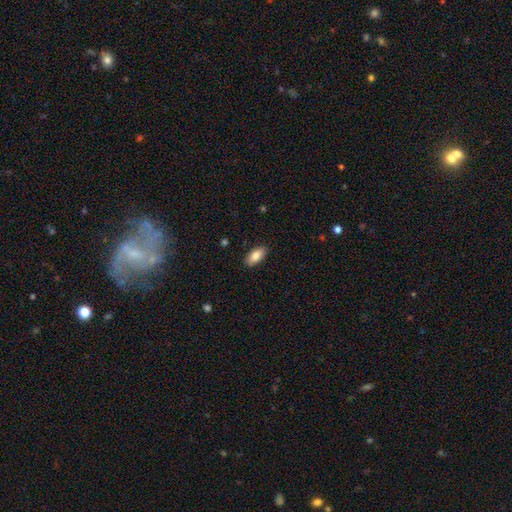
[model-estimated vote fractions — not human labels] This is clearly a smooth galaxy (84%). How rounded: clearly in between (90%). Merging: clearly none (87%).